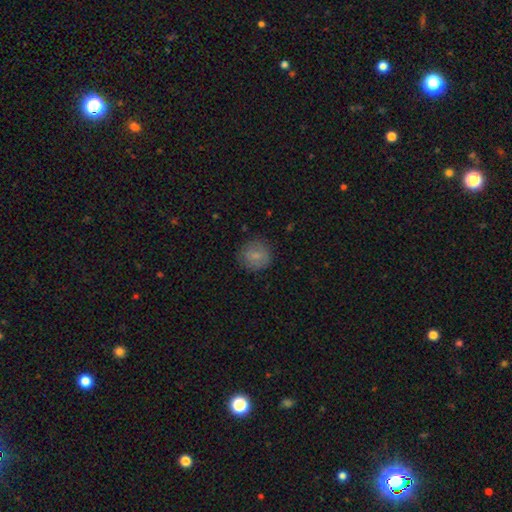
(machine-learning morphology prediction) Q: Smooth or featured?
A: smooth (77%); runner-up: featured or disk (14%)
Q: How rounded?
A: round (84%); runner-up: in between (15%)
Q: Merging?
A: none (82%); runner-up: minor disturbance (13%)